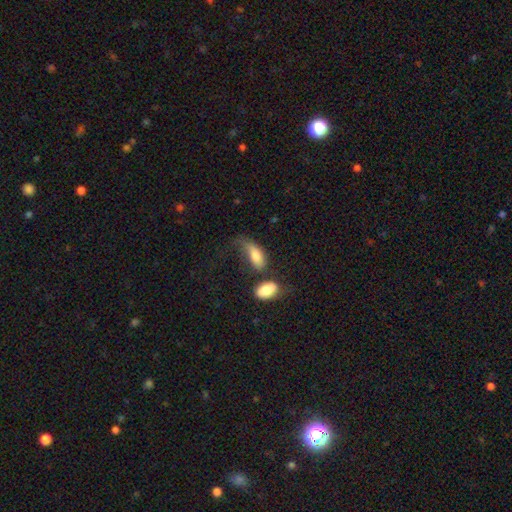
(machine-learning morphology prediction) A smooth galaxy with no disk features (72%) that is in between round and cigar-shaped (85%). Merging: major disturbance (33%).